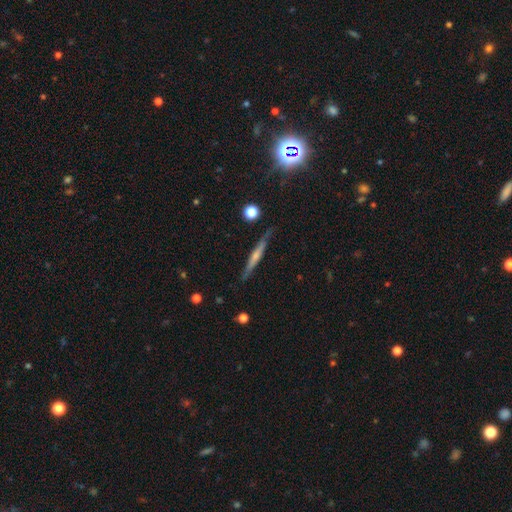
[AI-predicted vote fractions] Q: Smooth or featured?
A: featured or disk (60%); runner-up: smooth (33%)
Q: Edge-on disk?
A: yes (96%); runner-up: no (4%)
Q: Edge-on bulge?
A: rounded (52%); runner-up: none (39%)
Q: Merging?
A: none (82%); runner-up: minor disturbance (13%)